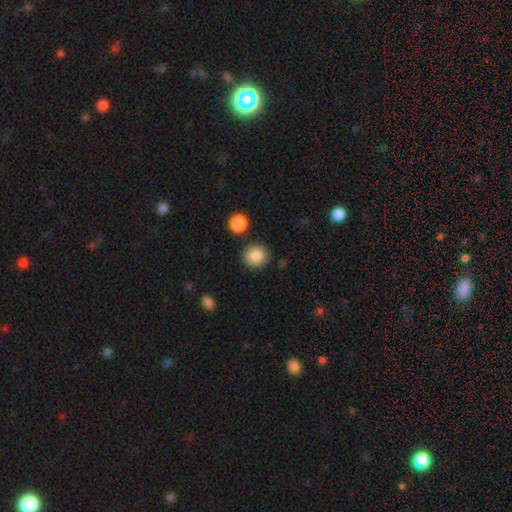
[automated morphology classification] Smooth or featured? smooth (87%)
How rounded? round (91%)
Merging? none (87%)